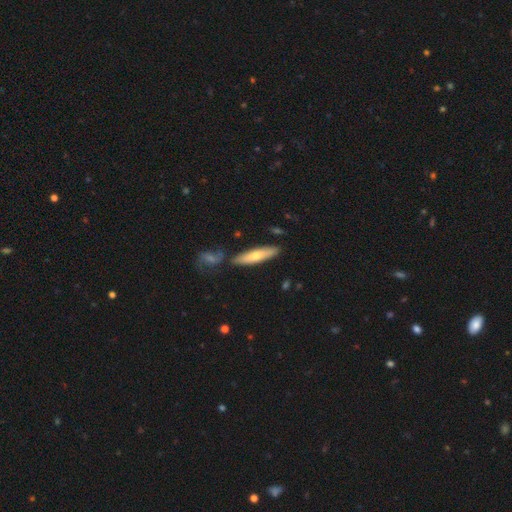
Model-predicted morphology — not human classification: A smooth galaxy with no disk features (62%) that is cigar-shaped (76%). Merging: none (81%).